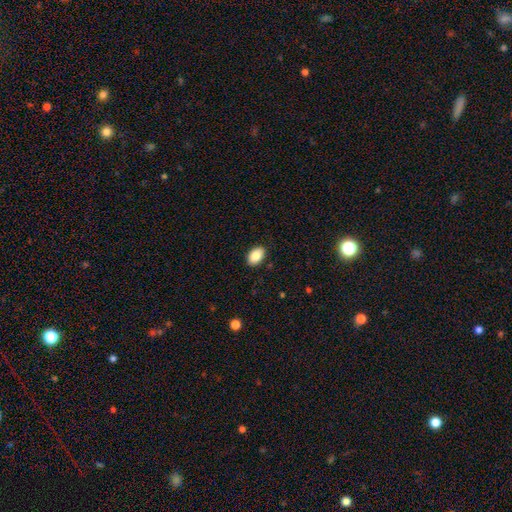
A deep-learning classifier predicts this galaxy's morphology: This is clearly a smooth galaxy (86%). How rounded: clearly in between (90%). Merging: clearly none (88%).